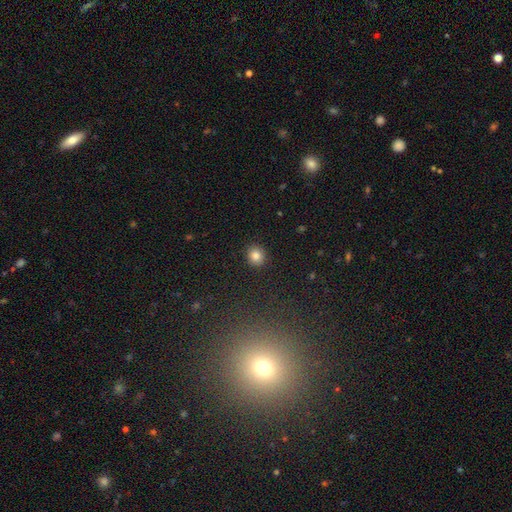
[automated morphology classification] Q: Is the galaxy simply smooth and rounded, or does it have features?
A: smooth — 85%.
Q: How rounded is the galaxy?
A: round — 83%.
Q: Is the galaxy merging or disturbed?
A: none — 91%.